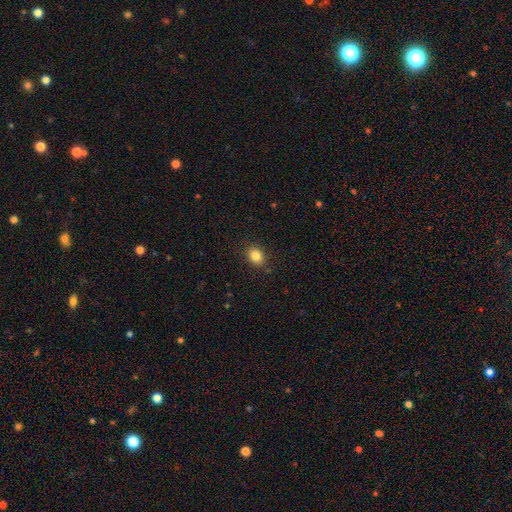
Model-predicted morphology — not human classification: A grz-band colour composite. It shows a smooth galaxy with no disk features (84%) that is in between round and cigar-shaped (56%). Merging: none (87%).